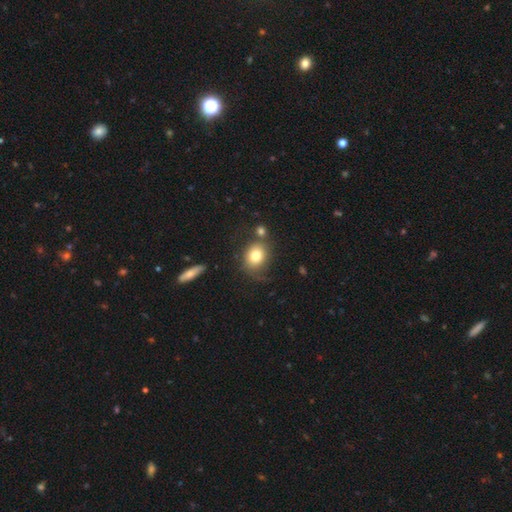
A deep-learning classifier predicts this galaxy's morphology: smooth_or_featured: smooth (p=0.77) [alt: featured or disk p=0.14]
how_rounded: round (p=0.59) [alt: in between p=0.40]
merging: none (p=0.59) [alt: minor disturbance p=0.20]